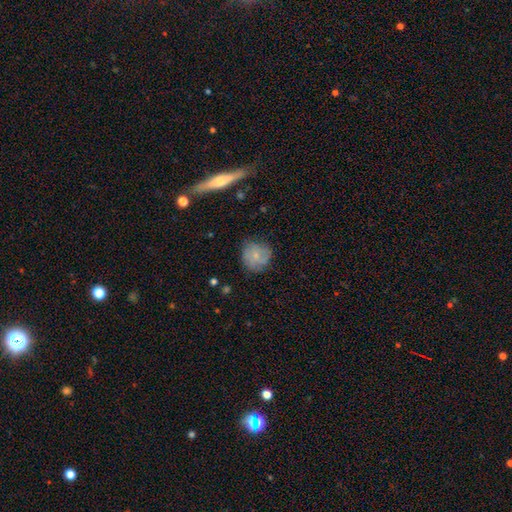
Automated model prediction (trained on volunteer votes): Overall: smooth (67%). How rounded: round (88%). Merging: none (71%).